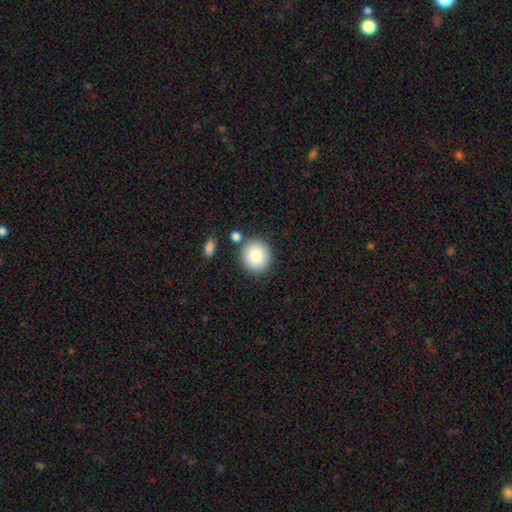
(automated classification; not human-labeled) A smooth galaxy with no disk features (86%) that is round (85%).

Vote fractions:
- Smooth or featured? smooth: 86% / star or artifact: 7% / featured or disk: 6%
- How rounded? round: 85% / in between: 14% / cigar-shaped: 1%
- Merging? none: 81% / minor disturbance: 9% / merger: 7% / major disturbance: 3%